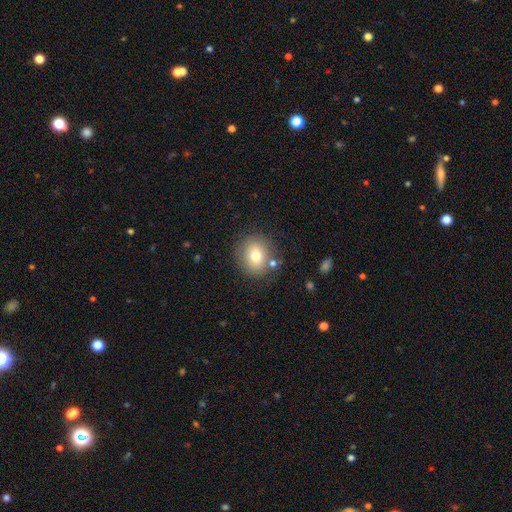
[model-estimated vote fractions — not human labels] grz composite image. It shows a smooth galaxy with no disk features (75%) that is round (80%). Merging: none (80%).